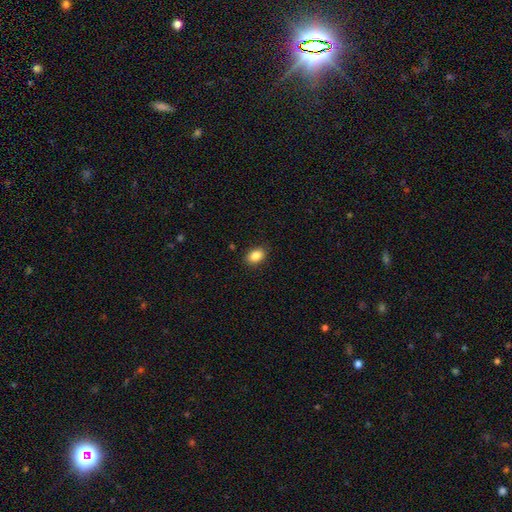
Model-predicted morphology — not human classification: type=smooth (86%); roundness=in between (79%); merging=none (88%).